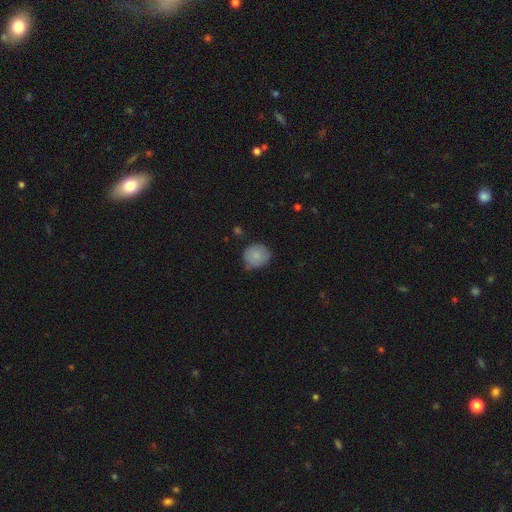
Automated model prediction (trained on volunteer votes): Overall: smooth (82%). How rounded: round (80%). Merging: none (71%).